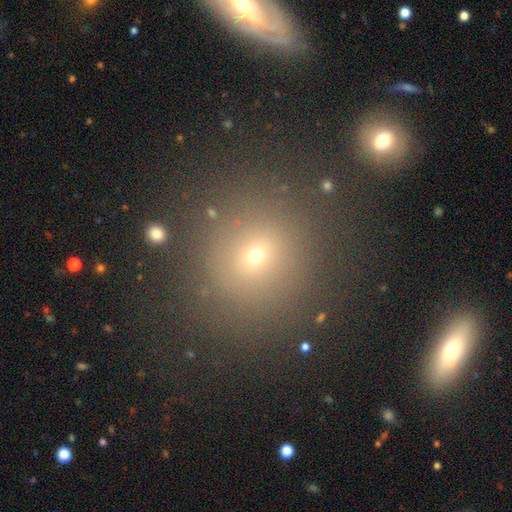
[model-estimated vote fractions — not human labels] smooth-or-featured: smooth: 63% | star or artifact: 26% | featured or disk: 11%
  how-rounded: round: 89% | in between: 10% | cigar-shaped: 1%
  merging: none: 84% | minor disturbance: 8% | merger: 4% | major disturbance: 4%